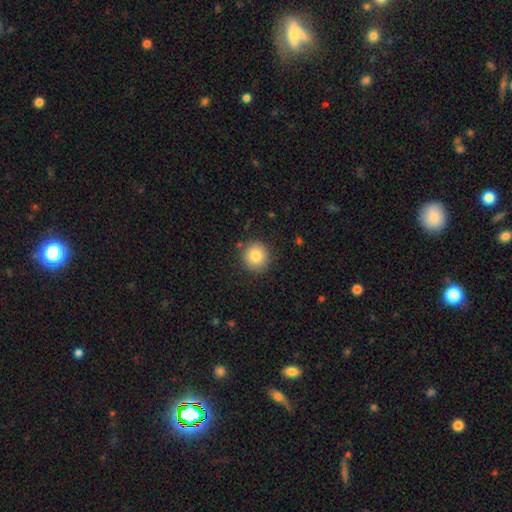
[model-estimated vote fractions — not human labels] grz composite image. It shows a smooth galaxy with no disk features (82%) that is round (90%). Merging: none (87%).